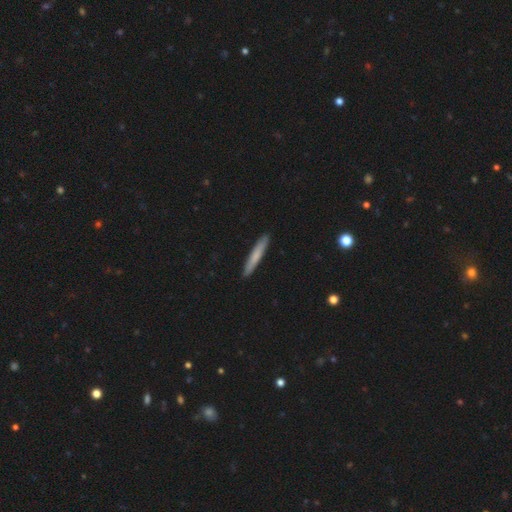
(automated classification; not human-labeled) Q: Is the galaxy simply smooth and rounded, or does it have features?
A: smooth — 72%.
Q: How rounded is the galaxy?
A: cigar-shaped — 95%.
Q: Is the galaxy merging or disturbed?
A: none — 91%.